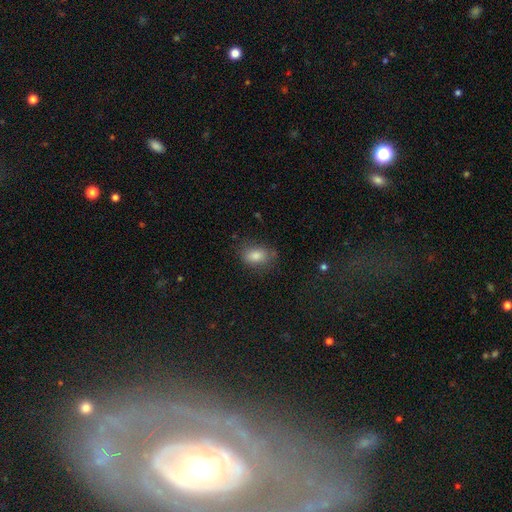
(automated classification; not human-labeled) Q: Smooth or featured?
A: smooth (80%); runner-up: star or artifact (11%)
Q: How rounded?
A: in between (80%); runner-up: round (18%)
Q: Merging?
A: none (74%); runner-up: minor disturbance (18%)